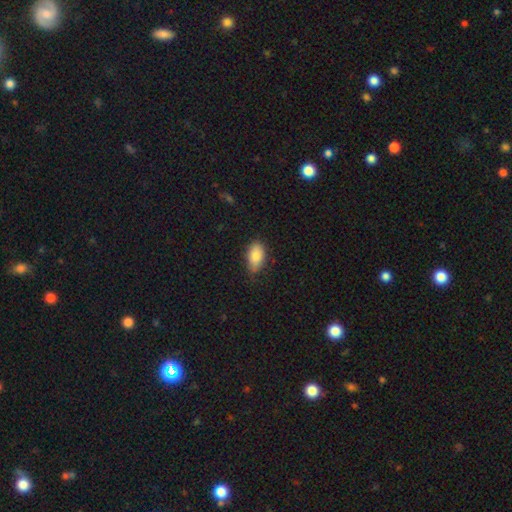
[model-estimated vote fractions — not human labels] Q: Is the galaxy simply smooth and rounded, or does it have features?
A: smooth — 85%.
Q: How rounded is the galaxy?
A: in between — 92%.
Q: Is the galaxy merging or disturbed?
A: none — 72%.